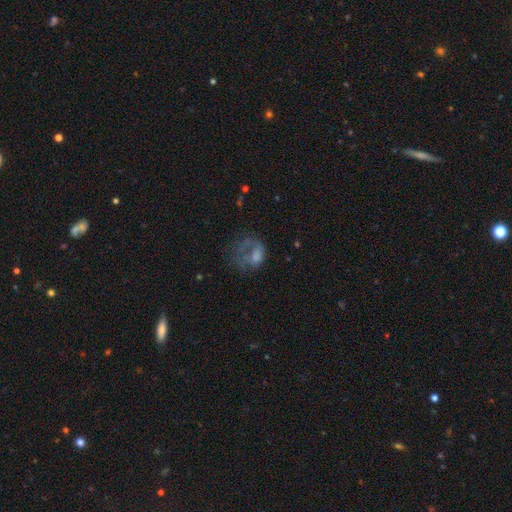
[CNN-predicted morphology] type=featured or disk (42%); merging=major disturbance (51%).